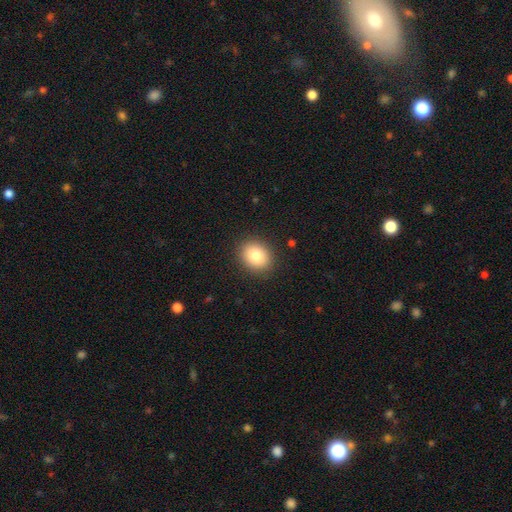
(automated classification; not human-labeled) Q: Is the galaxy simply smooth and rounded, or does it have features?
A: smooth — 82%.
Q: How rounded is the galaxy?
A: round — 59%.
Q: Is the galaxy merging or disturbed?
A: none — 89%.